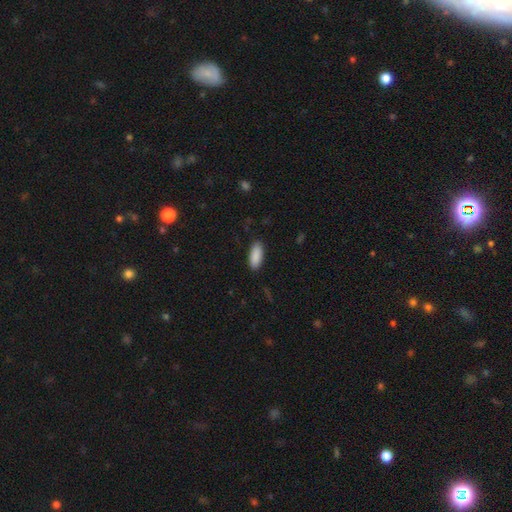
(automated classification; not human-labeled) The model was most divided on "how rounded": in between: 82%, cigar-shaped: 16%, round: 2%. More confident: smooth or featured — smooth (90%); merging — none (88%).